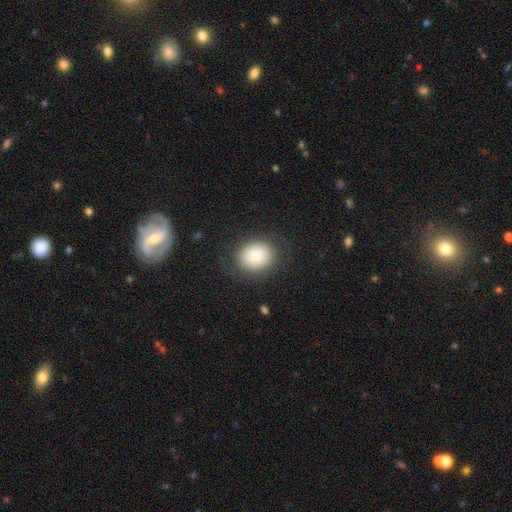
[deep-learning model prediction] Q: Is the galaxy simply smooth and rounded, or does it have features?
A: smooth — 80%.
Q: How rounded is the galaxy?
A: round — 66%.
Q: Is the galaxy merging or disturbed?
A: none — 80%.